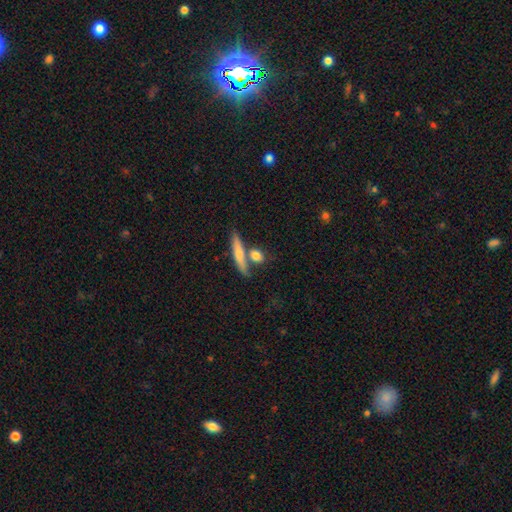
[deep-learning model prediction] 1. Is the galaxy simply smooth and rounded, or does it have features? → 73% smooth, 19% featured or disk, 7% star or artifact.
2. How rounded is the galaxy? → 40% round, 32% cigar-shaped, 28% in between.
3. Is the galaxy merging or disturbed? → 58% none, 26% merger, 11% minor disturbance, 5% major disturbance.